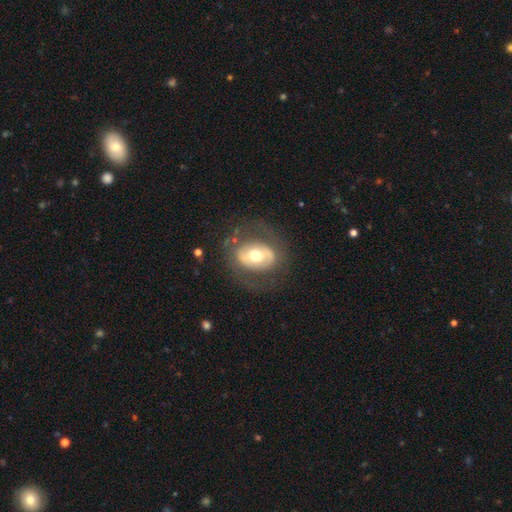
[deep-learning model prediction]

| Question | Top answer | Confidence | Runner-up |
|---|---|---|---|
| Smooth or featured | featured or disk | 55% | smooth (38%) |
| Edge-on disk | no | 94% | yes (6%) |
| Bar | no | 58% | weak (24%) |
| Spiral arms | no | 75% | yes (25%) |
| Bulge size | moderate | 70% | large (19%) |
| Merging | none | 71% | minor disturbance (15%) |